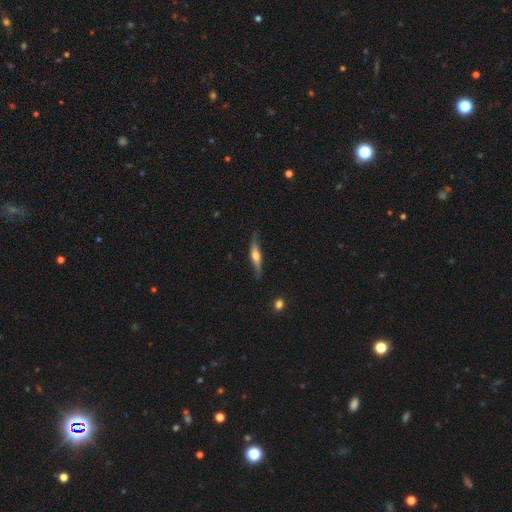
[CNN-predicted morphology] Overall: featured or disk (61%; smooth 33%). Edge-on disk: yes (92%). Edge-on bulge: rounded (85%). Merging: none (78%).